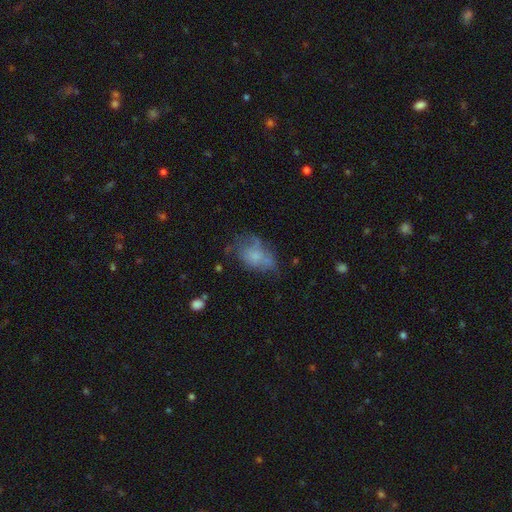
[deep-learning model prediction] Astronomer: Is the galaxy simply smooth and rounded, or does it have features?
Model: smooth — 58%.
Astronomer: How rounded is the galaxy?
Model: in between — 79%.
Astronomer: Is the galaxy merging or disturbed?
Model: none — 36% (runner-up: minor disturbance, 29%).